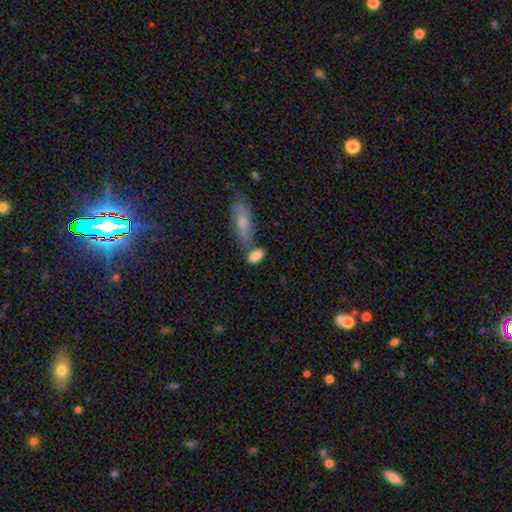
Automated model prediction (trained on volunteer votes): Smooth or featured? Predicted: smooth (p=0.85). How rounded? Predicted: in between (p=0.89). Merging? Predicted: none (p=0.54).